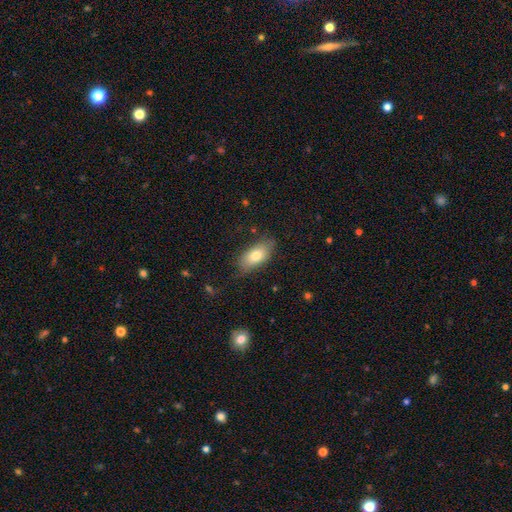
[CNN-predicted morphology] Smooth or featured?
  - smooth: 76% *
  - featured or disk: 16%
  - star or artifact: 7%
How rounded?
  - in between: 88% *
  - cigar-shaped: 8%
  - round: 4%
Merging?
  - none: 77% *
  - minor disturbance: 18%
  - major disturbance: 4%
  - merger: 1%